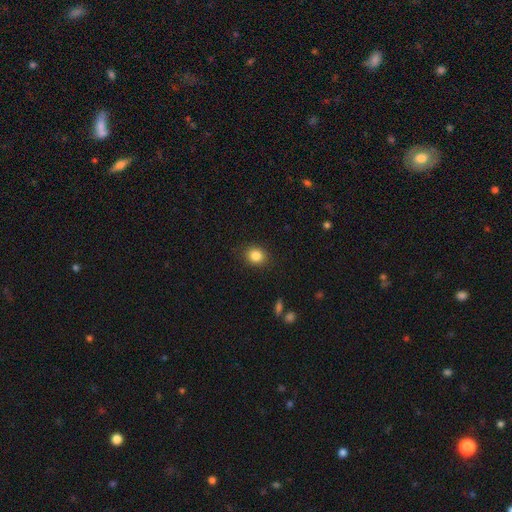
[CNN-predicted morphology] Q: Smooth or featured?
A: smooth (85%); runner-up: star or artifact (10%)
Q: How rounded?
A: round (64%); runner-up: in between (35%)
Q: Merging?
A: none (87%); runner-up: minor disturbance (9%)